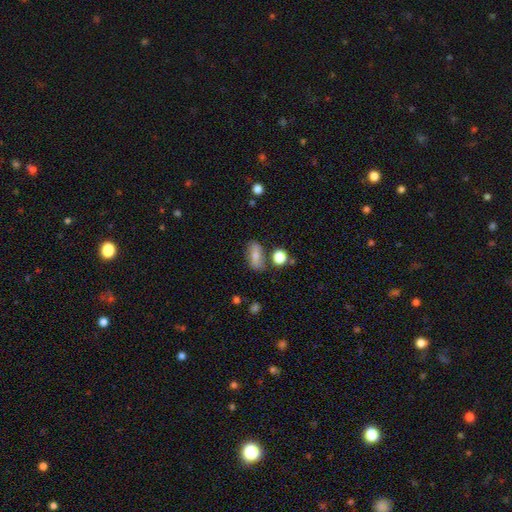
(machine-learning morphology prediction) Smooth or featured? Predicted: smooth (p=0.63). How rounded? Predicted: in between (p=0.78). Merging? Predicted: none (p=0.70).